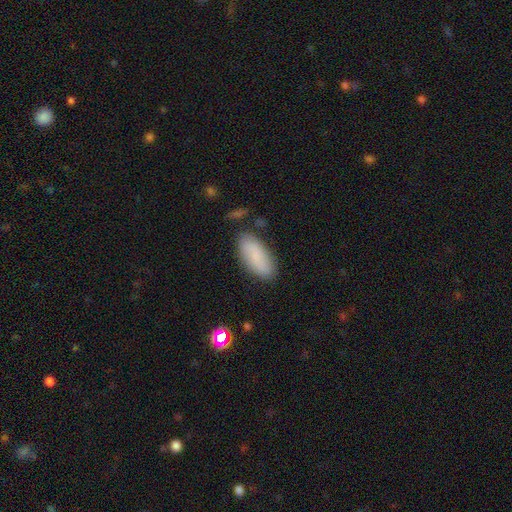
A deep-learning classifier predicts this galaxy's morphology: smooth 76%, featured or disk 17%, star or artifact 7%. Down the decision tree: how rounded — in between (86%); merging — none (79%).